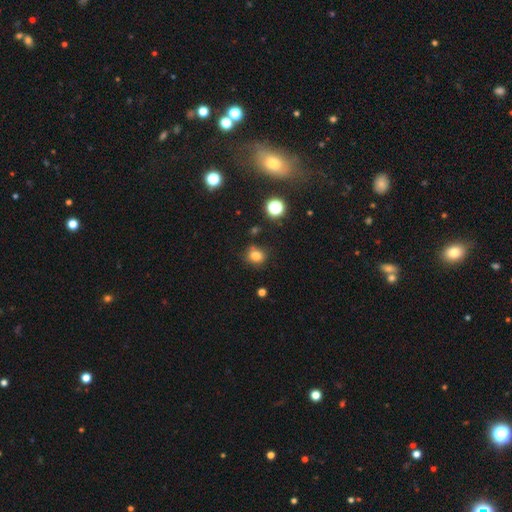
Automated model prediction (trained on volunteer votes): Smooth or featured: smooth — 79% (star or artifact — 15%)
How rounded: round — 67% (in between — 32%)
Merging: none — 75% (minor disturbance — 16%)